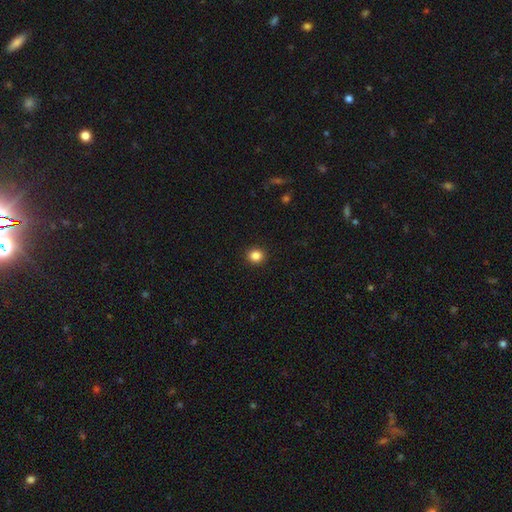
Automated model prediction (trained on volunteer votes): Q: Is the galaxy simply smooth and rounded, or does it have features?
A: smooth — 84%.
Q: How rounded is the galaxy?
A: round — 84%.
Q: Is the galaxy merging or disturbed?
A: none — 93%.